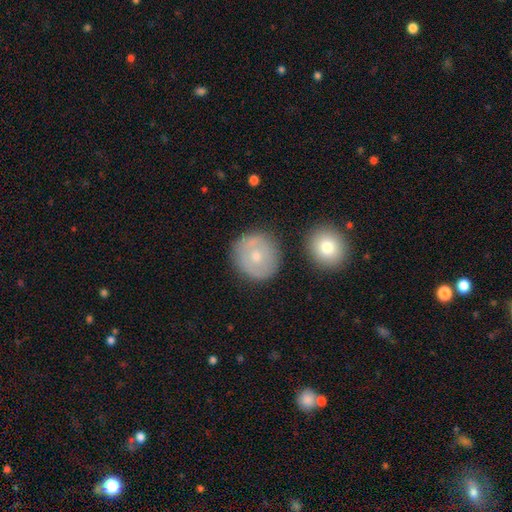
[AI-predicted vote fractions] Smooth or featured? Predicted: smooth (p=0.63). How rounded? Predicted: round (p=0.91). Merging? Predicted: none (p=0.82).